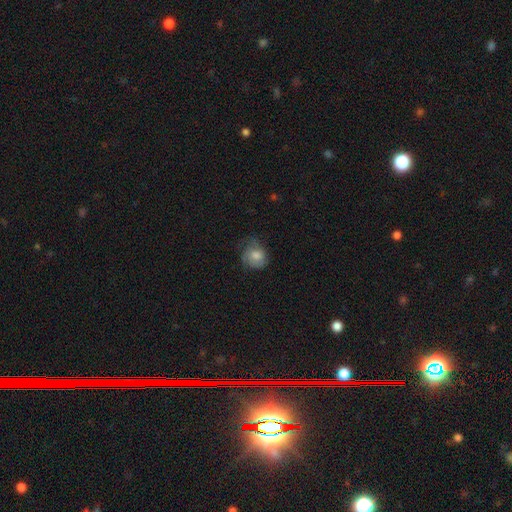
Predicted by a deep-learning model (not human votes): Overall: smooth (67%). How rounded: round (70%). Merging: none (52%; minor disturbance 31%).